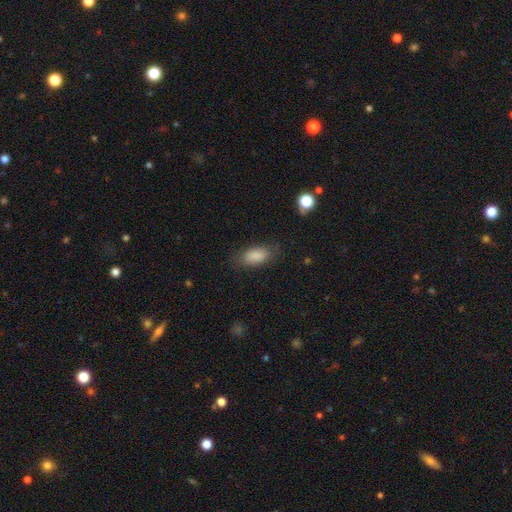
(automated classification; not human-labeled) smooth_or_featured: smooth (p=0.87) [alt: star or artifact p=0.07]
how_rounded: in between (p=0.89) [alt: cigar-shaped p=0.07]
merging: none (p=0.79) [alt: minor disturbance p=0.15]